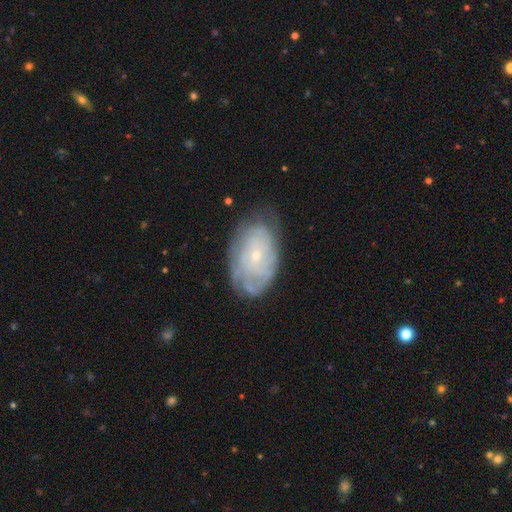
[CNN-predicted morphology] This appears to be a featured or disk galaxy (69%) with no bar (81%), tight (72%) spiral arms (80%) and a small central bulge (80%). Merging: none (69%).